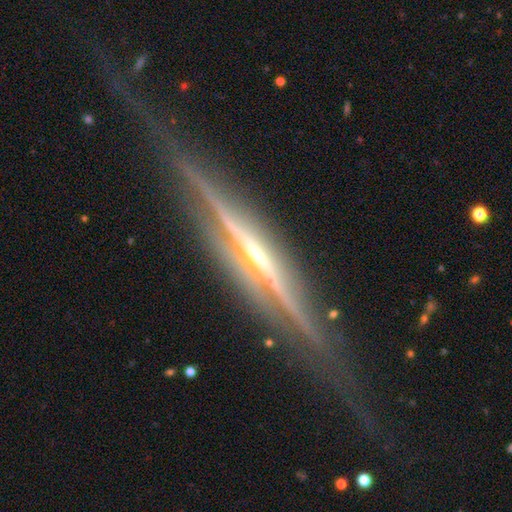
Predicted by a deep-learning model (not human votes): Smooth or featured: featured or disk — 87% (smooth — 7%)
Edge-on disk: yes — 96% (no — 4%)
Edge-on bulge: rounded — 51% (none — 34%)
Merging: none — 80% (minor disturbance — 14%)